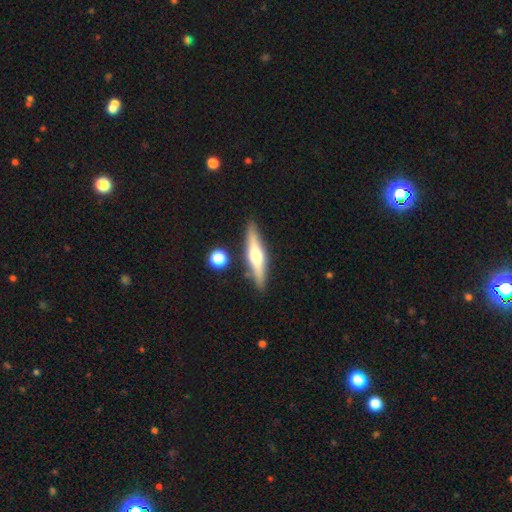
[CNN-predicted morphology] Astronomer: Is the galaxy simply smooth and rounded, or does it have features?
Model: featured or disk — 58% (runner-up: smooth, 36%).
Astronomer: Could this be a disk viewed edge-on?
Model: yes — 95%.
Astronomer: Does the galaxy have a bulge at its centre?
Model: rounded — 91%.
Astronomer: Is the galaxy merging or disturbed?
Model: none — 85%.